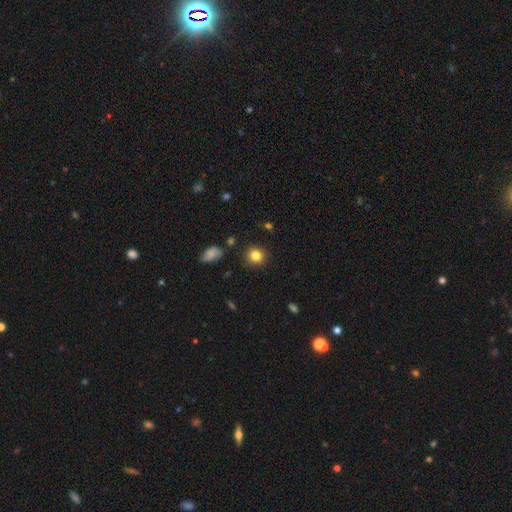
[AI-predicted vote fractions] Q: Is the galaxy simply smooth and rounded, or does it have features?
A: smooth — 83%.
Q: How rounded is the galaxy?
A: round — 87%.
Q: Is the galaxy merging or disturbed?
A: none — 88%.